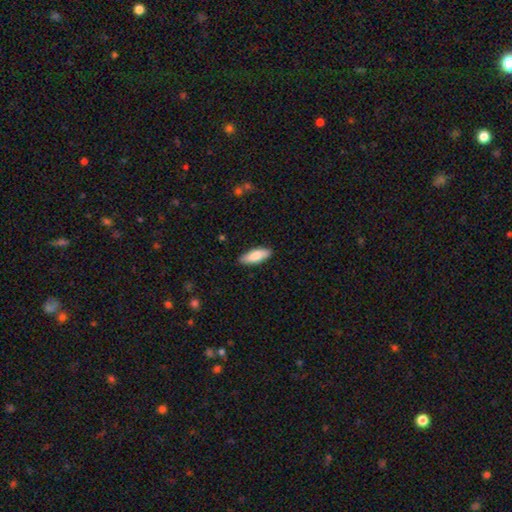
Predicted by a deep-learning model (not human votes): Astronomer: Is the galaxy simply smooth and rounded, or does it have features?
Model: smooth — 80%.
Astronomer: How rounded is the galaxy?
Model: in between — 67%.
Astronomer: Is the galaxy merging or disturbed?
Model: none — 89%.